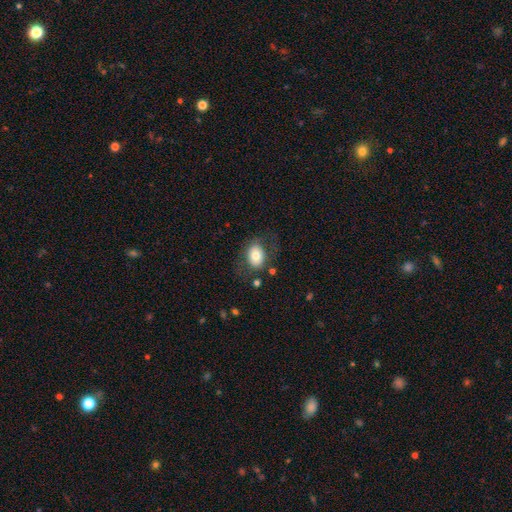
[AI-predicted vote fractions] A smooth galaxy with no disk features (74%) that is in between round and cigar-shaped (72%).

Vote fractions:
- Smooth or featured? smooth: 74% / featured or disk: 18% / star or artifact: 8%
- How rounded? in between: 72% / round: 27% / cigar-shaped: 1%
- Merging? none: 71% / minor disturbance: 16% / major disturbance: 10% / merger: 3%